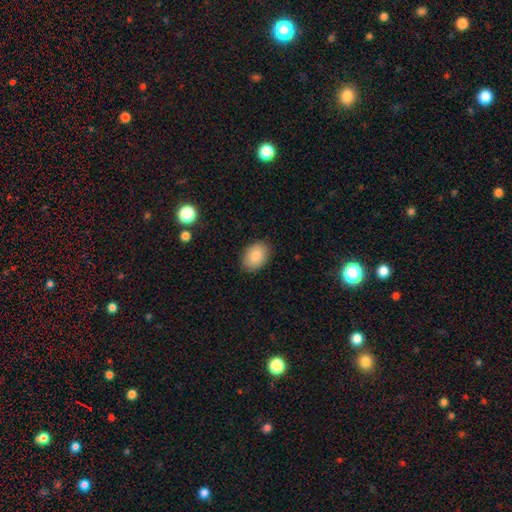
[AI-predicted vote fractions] A smooth galaxy with no disk features (86%) that is in between round and cigar-shaped (80%).

Vote fractions:
- Smooth or featured? smooth: 86% / featured or disk: 7% / star or artifact: 7%
- How rounded? in between: 80% / round: 19% / cigar-shaped: 1%
- Merging? none: 87% / minor disturbance: 10% / major disturbance: 2% / merger: 1%